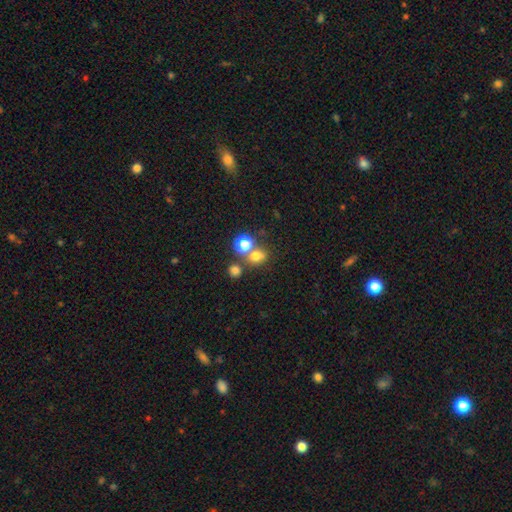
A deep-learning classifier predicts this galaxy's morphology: Smooth or featured: smooth — 70% (star or artifact — 21%)
How rounded: round — 65% (in between — 34%)
Merging: none — 56% (merger — 29%)